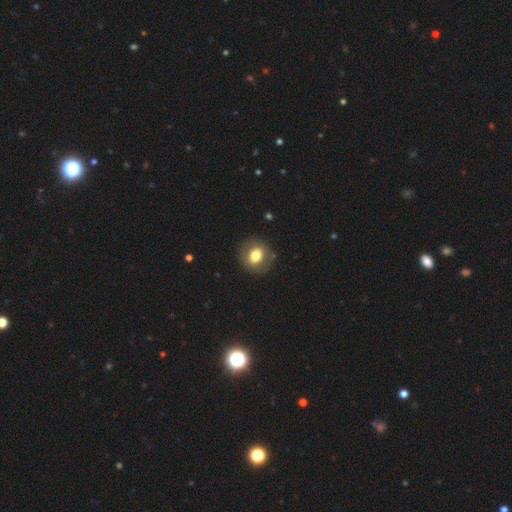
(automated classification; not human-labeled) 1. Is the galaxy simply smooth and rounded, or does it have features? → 72% smooth, 20% featured or disk, 9% star or artifact.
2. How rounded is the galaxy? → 80% round, 19% in between, 1% cigar-shaped.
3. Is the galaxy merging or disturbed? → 85% none, 10% minor disturbance, 4% major disturbance, 1% merger.